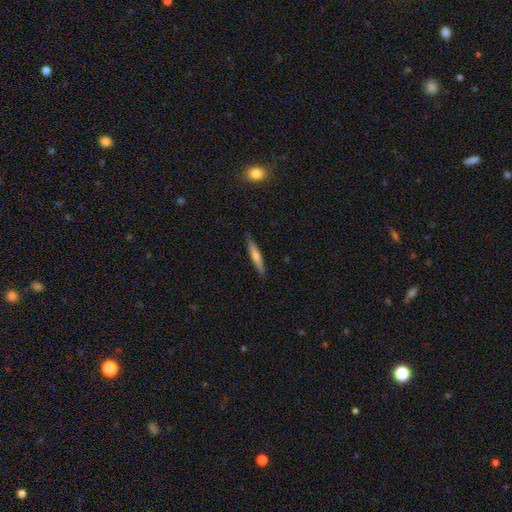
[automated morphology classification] The model was most divided on "smooth or featured": smooth: 50%, featured or disk: 44%, star or artifact: 6%. More confident: merging — none (87%).